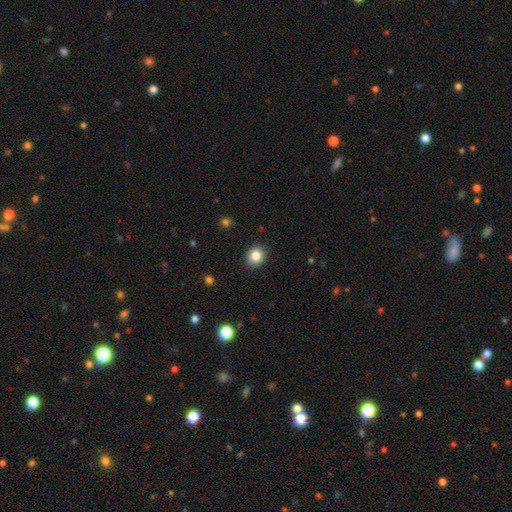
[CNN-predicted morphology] Smooth or featured? Predicted: smooth (p=0.84). How rounded? Predicted: round (p=0.64). Merging? Predicted: none (p=0.90).